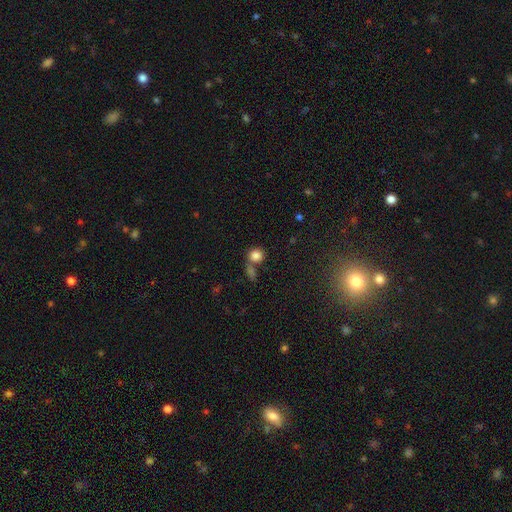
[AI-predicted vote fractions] Smooth or featured? smooth (83%)
How rounded? round (83%)
Merging? none (55%)